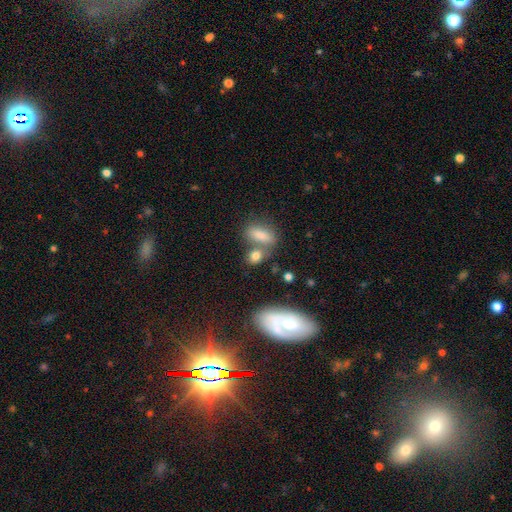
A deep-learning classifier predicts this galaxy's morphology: Q: Smooth or featured?
A: smooth (79%); runner-up: star or artifact (11%)
Q: How rounded?
A: in between (67%); runner-up: round (28%)
Q: Merging?
A: none (51%); runner-up: merger (30%)